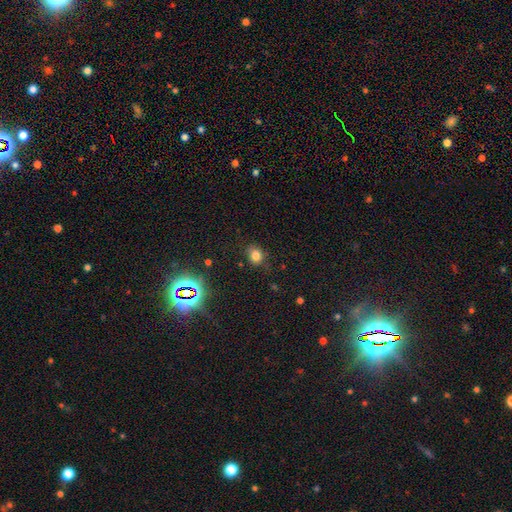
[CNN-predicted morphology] Overall: smooth (76%). How rounded: round (57%; in between 42%). Merging: none (78%).